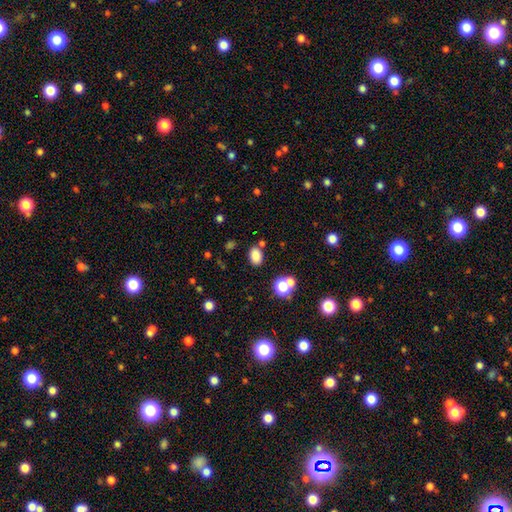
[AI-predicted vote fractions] smooth_or_featured: smooth (p=0.82) [alt: star or artifact p=0.13]
how_rounded: in between (p=0.80) [alt: round p=0.19]
merging: none (p=0.79) [alt: minor disturbance p=0.11]